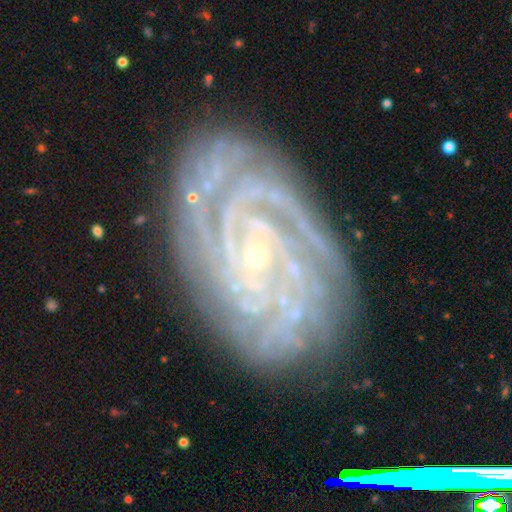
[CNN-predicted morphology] smooth_or_featured: featured or disk (p=0.90) [alt: star or artifact p=0.06]
disk_edge_on: no (p=0.97) [alt: yes p=0.03]
bar: no (p=0.68) [alt: weak p=0.21]
has_spiral_arms: yes (p=0.98) [alt: no p=0.02]
spiral_winding: tight (p=0.82) [alt: medium p=0.15]
spiral_arm_count: 4 (p=0.22) [alt: 3 p=0.20]
bulge_size: small (p=0.86) [alt: moderate p=0.10]
merging: none (p=0.79) [alt: minor disturbance p=0.15]